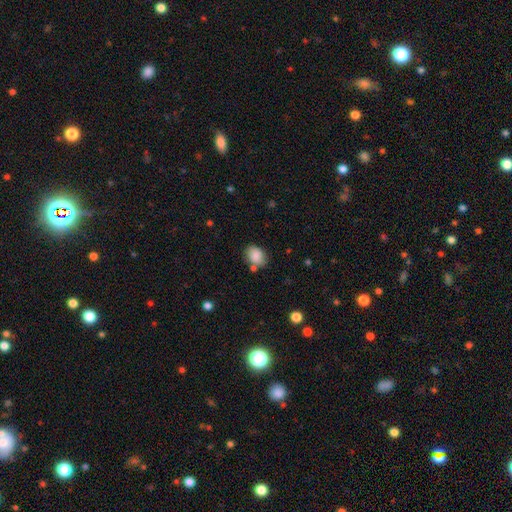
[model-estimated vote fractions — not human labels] A smooth galaxy with no disk features (83%) that is in between round and cigar-shaped (63%).

Vote fractions:
- Smooth or featured? smooth: 83% / featured or disk: 9% / star or artifact: 8%
- How rounded? in between: 63% / round: 36% / cigar-shaped: 1%
- Merging? none: 67% / minor disturbance: 19% / merger: 10% / major disturbance: 5%